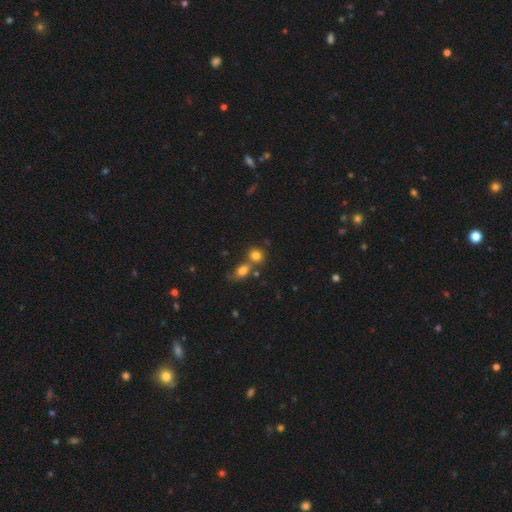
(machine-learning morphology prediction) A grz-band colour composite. It shows a smooth galaxy with no disk features (79%) that is round (73%). Merging: none (49%).